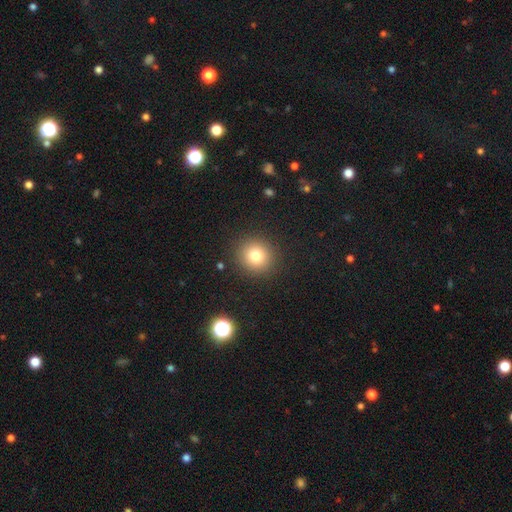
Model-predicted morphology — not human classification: This appears to be a smooth galaxy with no disk features (79%) that is round (90%). Merging: none (90%).